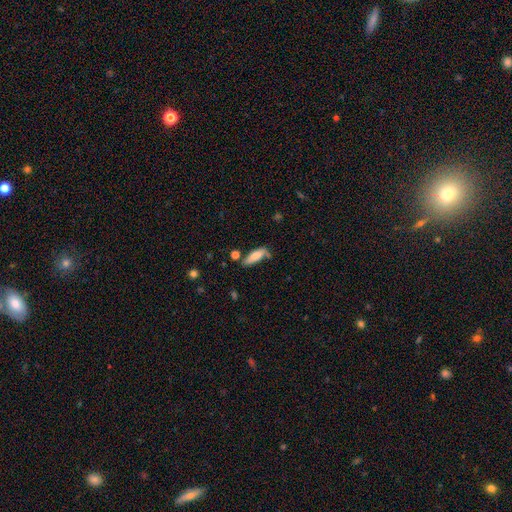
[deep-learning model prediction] Smooth or featured?
  - smooth: 73% *
  - featured or disk: 20%
  - star or artifact: 7%
How rounded?
  - in between: 53% *
  - cigar-shaped: 45%
  - round: 2%
Merging?
  - none: 56% *
  - minor disturbance: 26%
  - merger: 10%
  - major disturbance: 8%